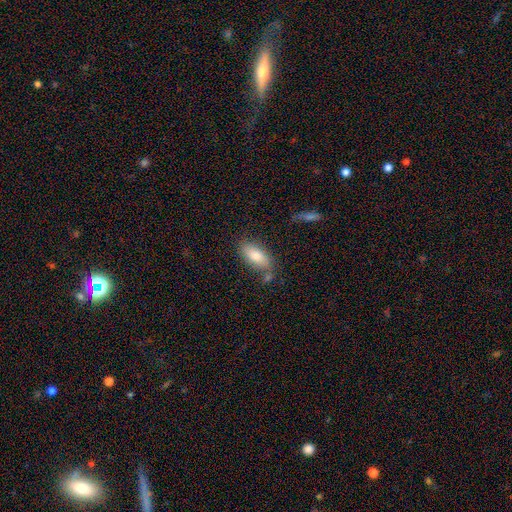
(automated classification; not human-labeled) A smooth galaxy with no disk features (80%) that is in between round and cigar-shaped (85%).

Vote fractions:
- Smooth or featured? smooth: 80% / featured or disk: 13% / star or artifact: 7%
- How rounded? in between: 85% / cigar-shaped: 12% / round: 3%
- Merging? none: 69% / minor disturbance: 17% / merger: 9% / major disturbance: 5%